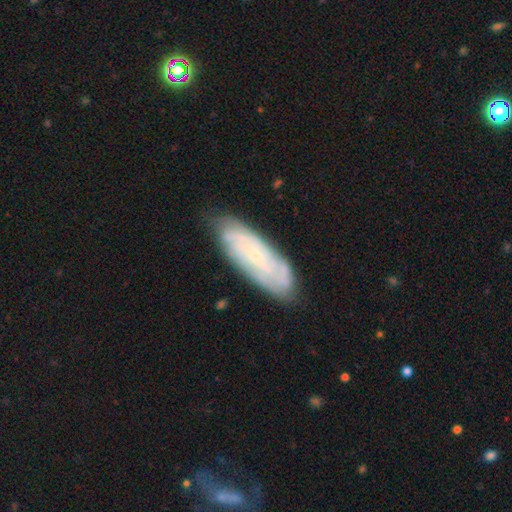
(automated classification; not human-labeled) Smooth or featured? featured or disk (65%)
Edge-on disk? no (86%)
Bar? no (64%)
Spiral arms? yes (86%)
Bulge size? small (71%)
Merging? none (78%)